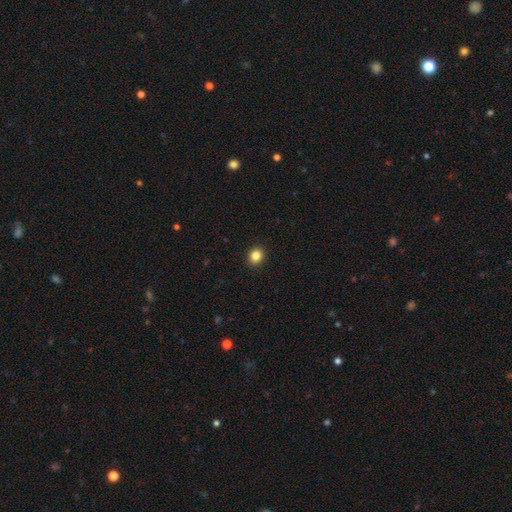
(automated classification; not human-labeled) Morphology: type=smooth (85%); roundness=round (69%); merging=none (92%).